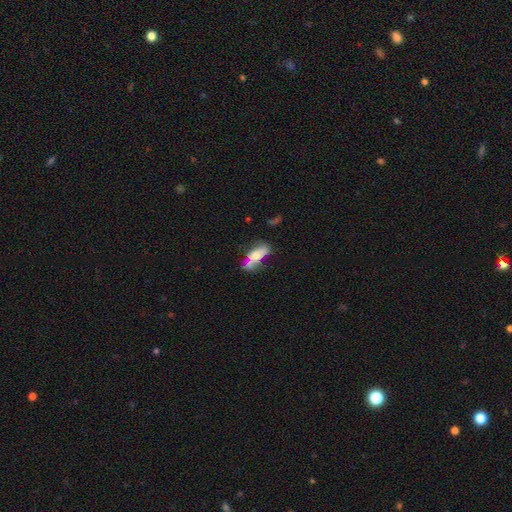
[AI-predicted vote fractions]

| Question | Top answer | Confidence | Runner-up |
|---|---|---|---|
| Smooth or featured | smooth | 51% | featured or disk (41%) |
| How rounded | in between | 68% | cigar-shaped (28%) |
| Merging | none | 45% | minor disturbance (26%) |